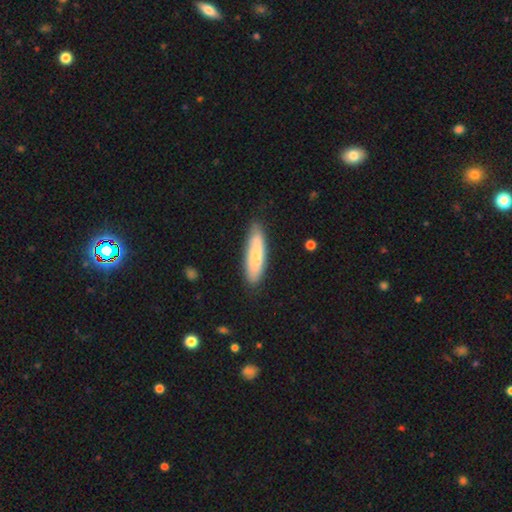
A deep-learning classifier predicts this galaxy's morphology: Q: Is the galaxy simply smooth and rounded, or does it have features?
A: smooth — 69%.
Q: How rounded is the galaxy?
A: cigar-shaped — 61%.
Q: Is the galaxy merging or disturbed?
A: none — 78%.